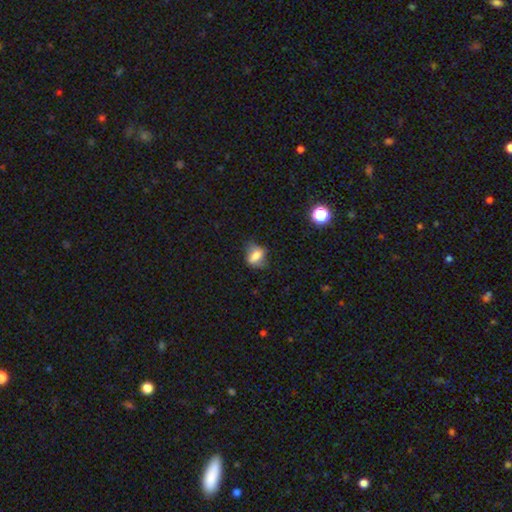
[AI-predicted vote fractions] A smooth galaxy with no disk features (69%) that is in between round and cigar-shaped (68%).

Vote fractions:
- Smooth or featured? smooth: 69% / featured or disk: 20% / star or artifact: 11%
- How rounded? in between: 68% / round: 28% / cigar-shaped: 5%
- Merging? none: 61% / minor disturbance: 27% / major disturbance: 10% / merger: 2%